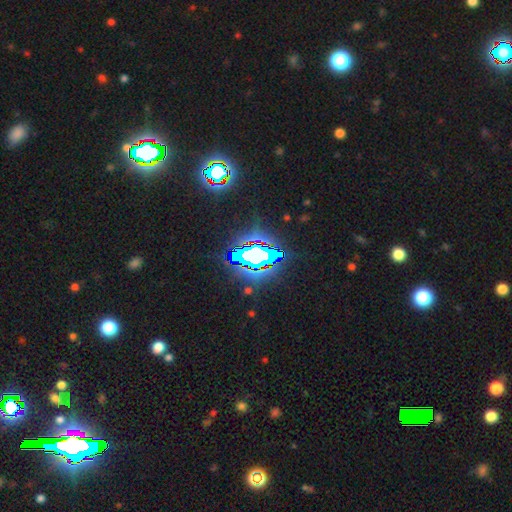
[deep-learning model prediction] The model was most divided on "smooth or featured": star or artifact: 71%, smooth: 15%, featured or disk: 14%.